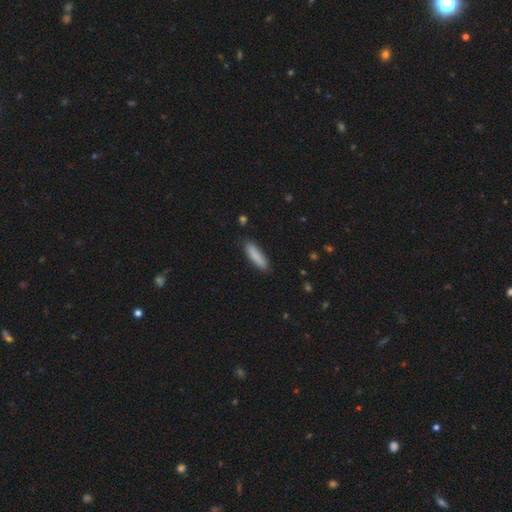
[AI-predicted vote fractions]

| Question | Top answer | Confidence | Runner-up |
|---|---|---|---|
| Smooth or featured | smooth | 87% | featured or disk (7%) |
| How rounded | cigar-shaped | 68% | in between (31%) |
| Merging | none | 86% | minor disturbance (11%) |